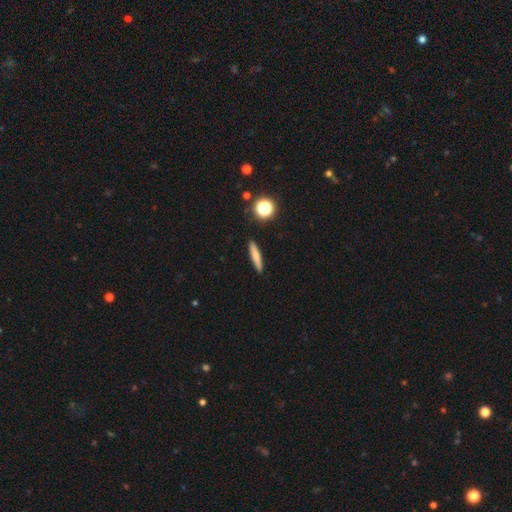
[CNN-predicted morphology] smooth_or_featured: smooth (p=0.71) [alt: featured or disk p=0.20]
how_rounded: cigar-shaped (p=0.87) [alt: in between p=0.10]
merging: none (p=0.90) [alt: minor disturbance p=0.06]